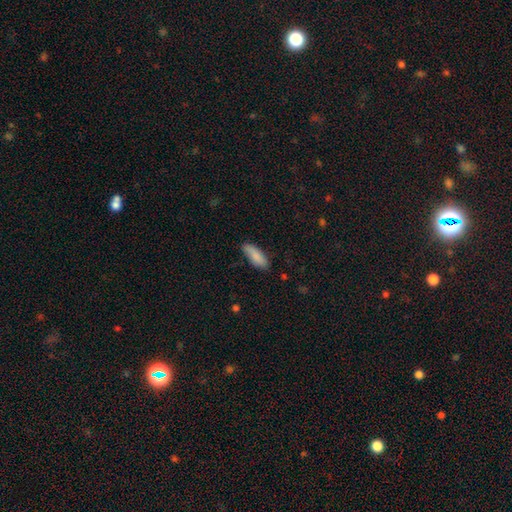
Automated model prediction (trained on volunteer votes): Q: Smooth or featured?
A: smooth (87%); runner-up: featured or disk (7%)
Q: How rounded?
A: in between (67%); runner-up: cigar-shaped (32%)
Q: Merging?
A: none (77%); runner-up: minor disturbance (18%)